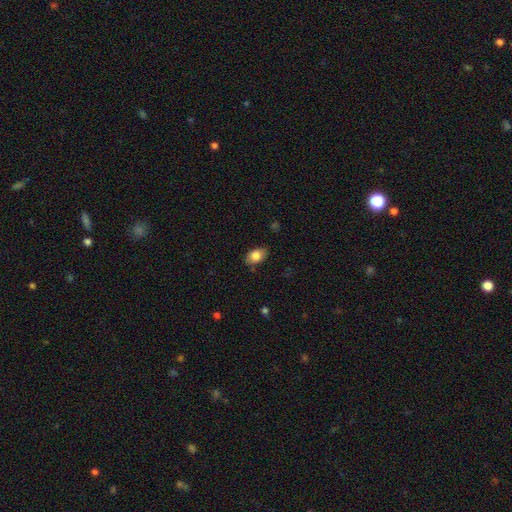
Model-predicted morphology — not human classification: Q: Smooth or featured?
A: smooth (83%); runner-up: featured or disk (10%)
Q: How rounded?
A: in between (88%); runner-up: round (11%)
Q: Merging?
A: none (82%); runner-up: minor disturbance (14%)